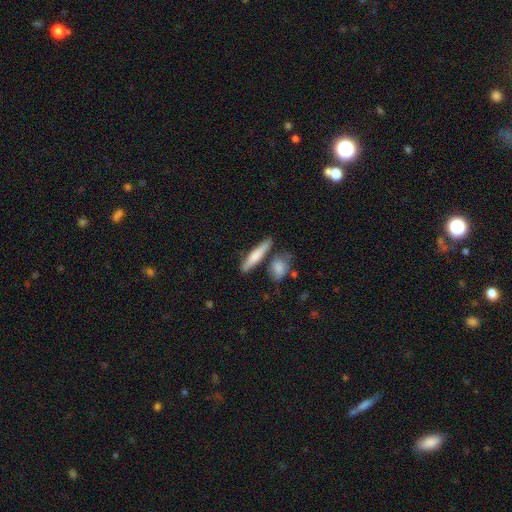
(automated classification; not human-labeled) Smooth or featured: smooth — 70% (featured or disk — 24%)
How rounded: cigar-shaped — 83% (in between — 15%)
Merging: none — 73% (minor disturbance — 12%)